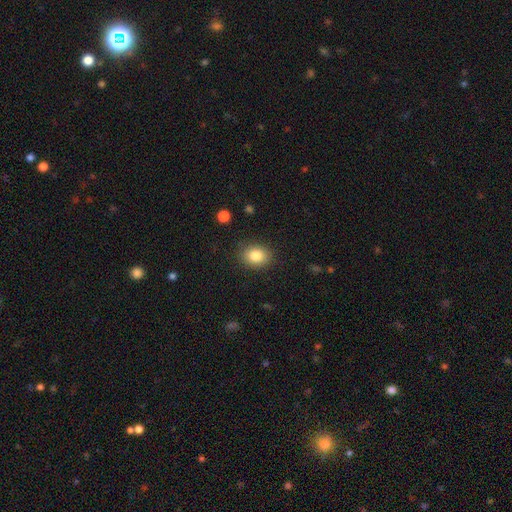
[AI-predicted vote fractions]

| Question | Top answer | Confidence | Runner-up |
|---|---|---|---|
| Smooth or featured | smooth | 83% | star or artifact (9%) |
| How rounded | in between | 55% | round (44%) |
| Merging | none | 86% | minor disturbance (10%) |